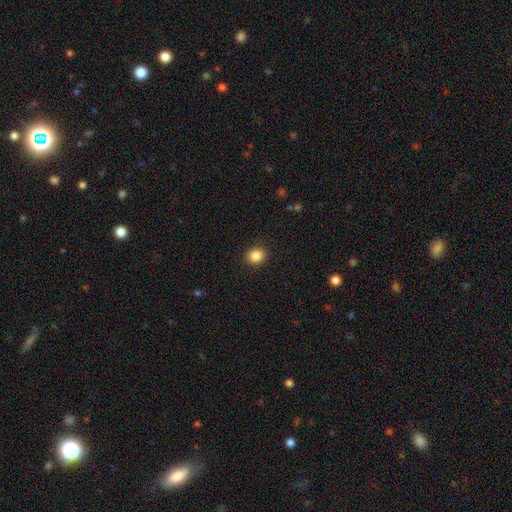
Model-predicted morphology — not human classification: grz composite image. It shows a smooth galaxy with no disk features (86%) that is round (79%). Merging: none (91%).